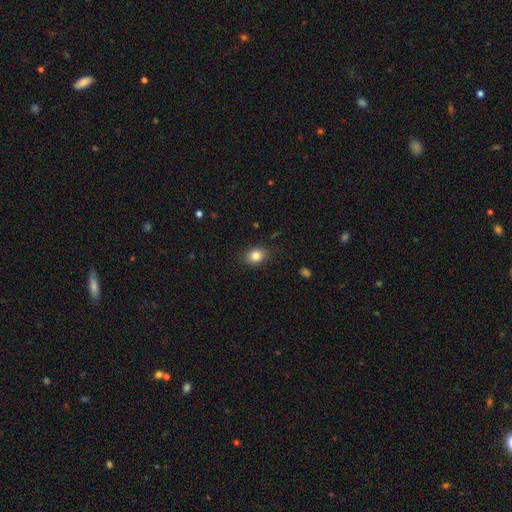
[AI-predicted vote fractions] Morphology: type=smooth (84%); roundness=in between (52%); merging=none (85%).